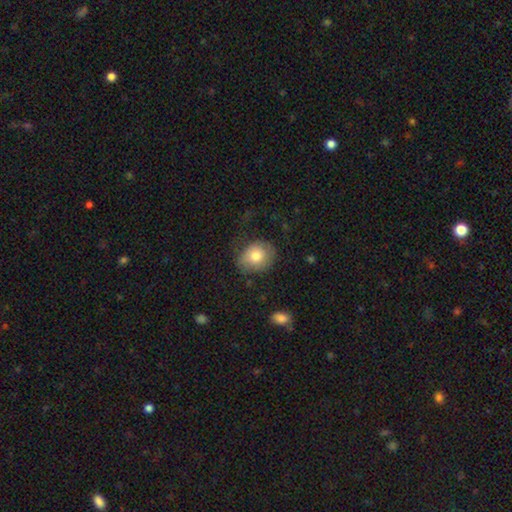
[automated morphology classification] Smooth or featured: smooth — 75% (featured or disk — 17%)
How rounded: round — 54% (in between — 45%)
Merging: none — 63% (minor disturbance — 22%)